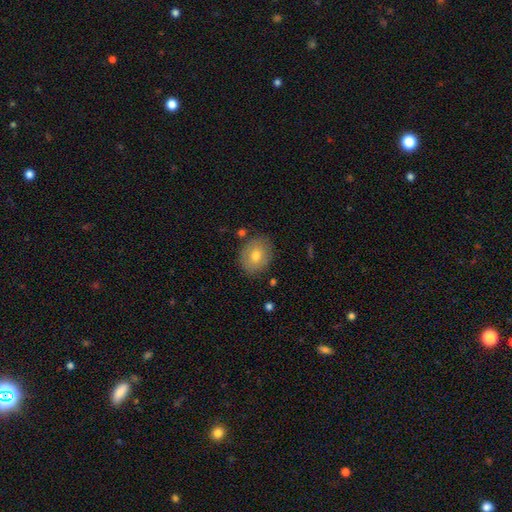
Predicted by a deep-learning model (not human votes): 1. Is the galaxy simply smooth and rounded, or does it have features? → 72% smooth, 19% featured or disk, 9% star or artifact.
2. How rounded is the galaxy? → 54% round, 45% in between, 1% cigar-shaped.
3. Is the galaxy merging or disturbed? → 83% none, 12% minor disturbance, 3% major disturbance, 3% merger.